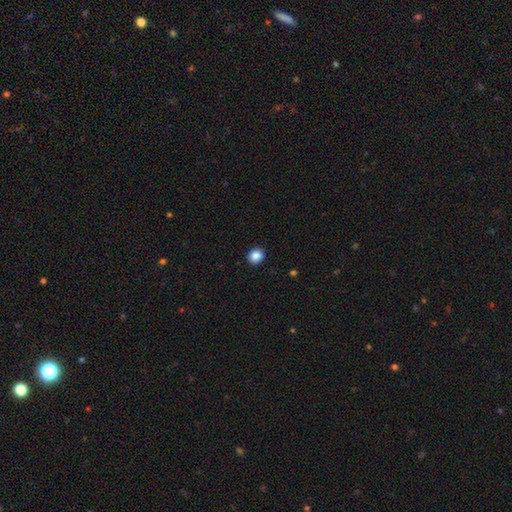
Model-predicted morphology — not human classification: Smooth or featured?
  - smooth: 87% *
  - star or artifact: 9%
  - featured or disk: 3%
How rounded?
  - round: 75% *
  - in between: 24%
  - cigar-shaped: 1%
Merging?
  - none: 92% *
  - minor disturbance: 6%
  - major disturbance: 2%
  - merger: 1%